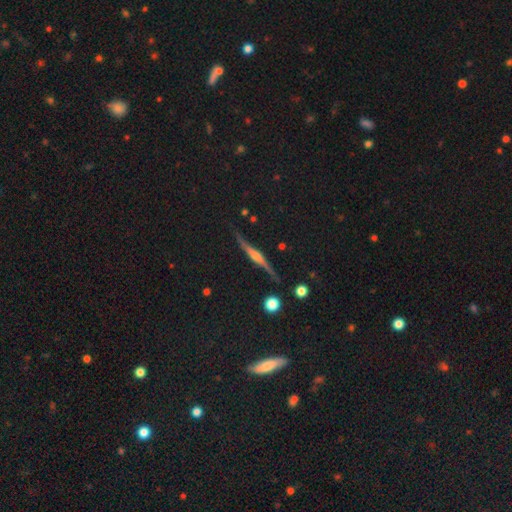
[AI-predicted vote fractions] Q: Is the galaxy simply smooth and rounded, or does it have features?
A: featured or disk — 78%.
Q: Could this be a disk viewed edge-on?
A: yes — 95%.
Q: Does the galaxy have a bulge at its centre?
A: rounded — 75%.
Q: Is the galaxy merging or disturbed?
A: none — 84%.